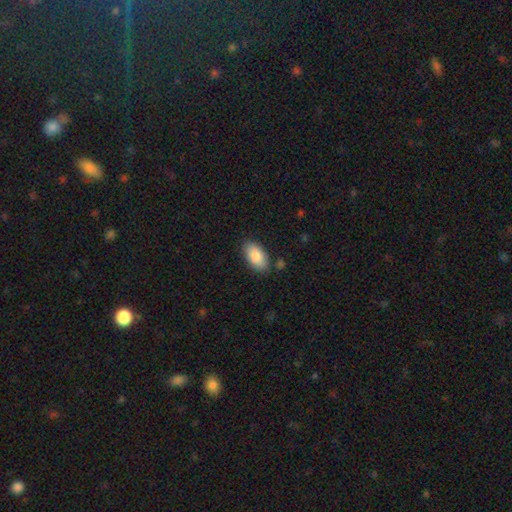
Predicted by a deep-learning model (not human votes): smooth_or_featured: smooth (p=0.87) [alt: featured or disk p=0.07]
how_rounded: in between (p=0.94) [alt: round p=0.03]
merging: none (p=0.81) [alt: minor disturbance p=0.13]